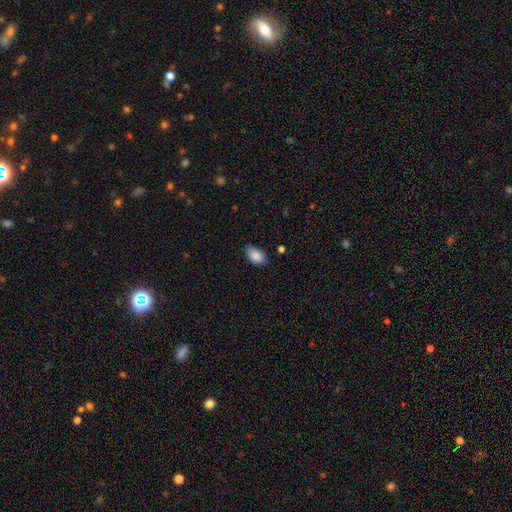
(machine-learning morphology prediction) smooth_or_featured: smooth (p=0.87) [alt: star or artifact p=0.07]
how_rounded: in between (p=0.91) [alt: round p=0.08]
merging: none (p=0.80) [alt: minor disturbance p=0.16]